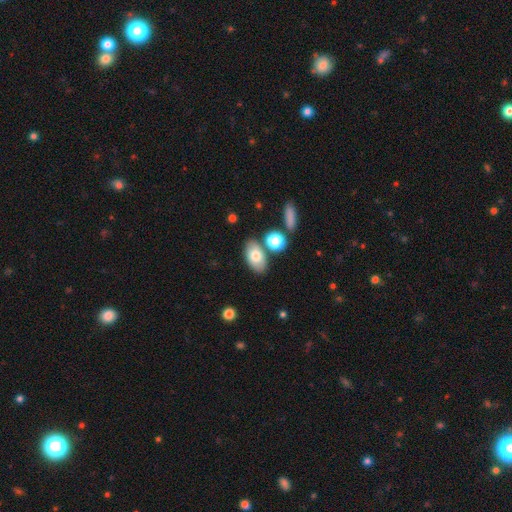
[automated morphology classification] Smooth or featured? Predicted: smooth (p=0.75). How rounded? Predicted: in between (p=0.93). Merging? Predicted: none (p=0.71).